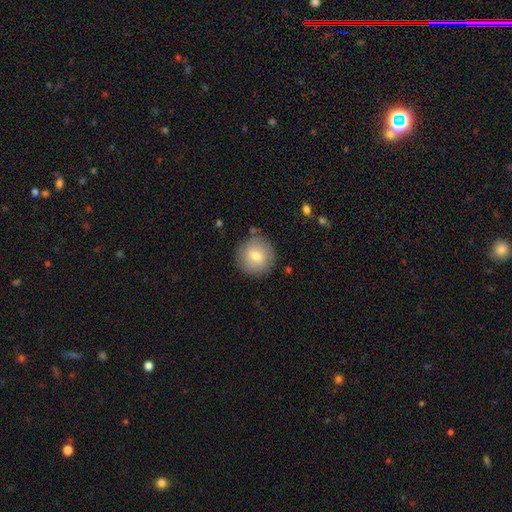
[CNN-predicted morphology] Smooth or featured?
  - smooth: 71% *
  - featured or disk: 20%
  - star or artifact: 8%
How rounded?
  - round: 94% *
  - in between: 5%
  - cigar-shaped: 1%
Merging?
  - none: 84% *
  - minor disturbance: 11%
  - major disturbance: 3%
  - merger: 2%